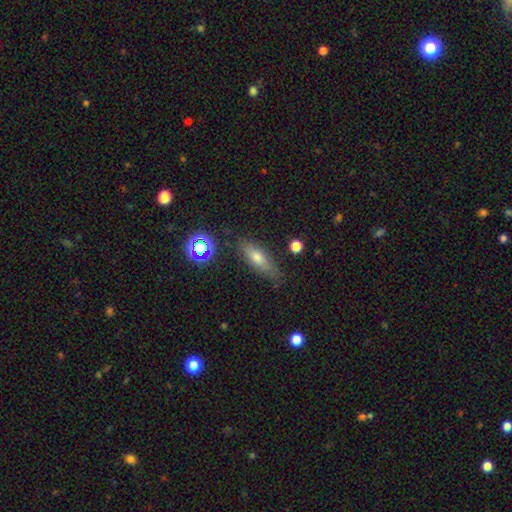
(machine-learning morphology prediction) Smooth or featured? Predicted: smooth (p=0.62). How rounded? Predicted: cigar-shaped (p=0.47, tied with in between). Merging? Predicted: none (p=0.79).